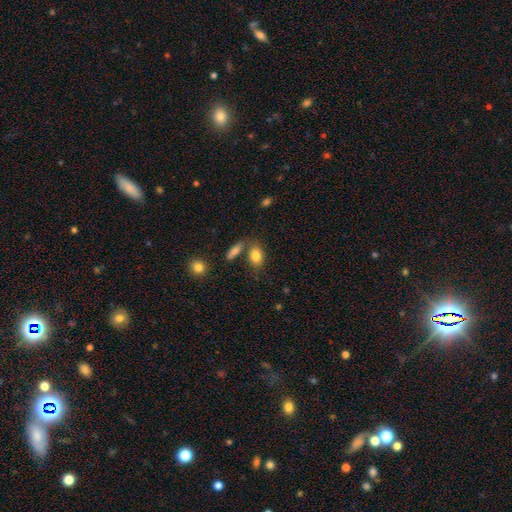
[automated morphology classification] Smooth or featured? Predicted: smooth (p=0.83). How rounded? Predicted: in between (p=0.83). Merging? Predicted: none (p=0.61).